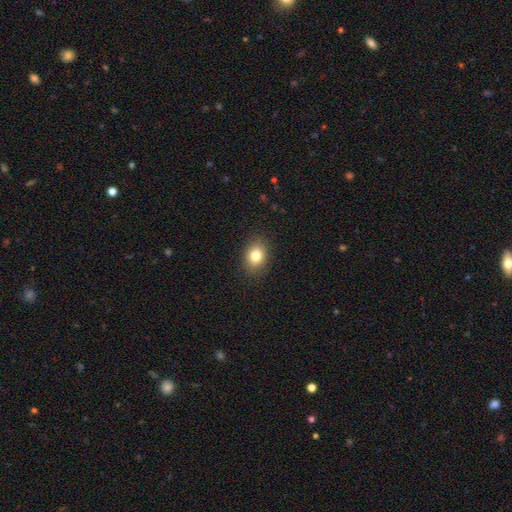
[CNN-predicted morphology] A smooth galaxy with no disk features (80%) that is in between round and cigar-shaped (59%).

Vote fractions:
- Smooth or featured? smooth: 80% / star or artifact: 10% / featured or disk: 9%
- How rounded? in between: 59% / round: 39% / cigar-shaped: 1%
- Merging? none: 88% / minor disturbance: 8% / major disturbance: 2% / merger: 1%